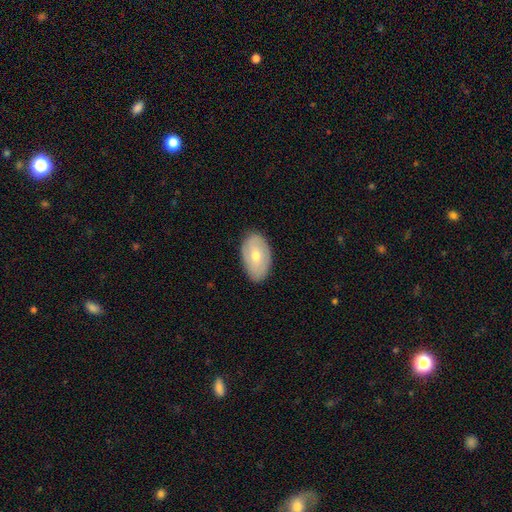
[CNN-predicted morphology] Q: Smooth or featured?
A: smooth (57%); runner-up: featured or disk (36%)
Q: How rounded?
A: in between (92%); runner-up: round (7%)
Q: Merging?
A: none (86%); runner-up: minor disturbance (11%)